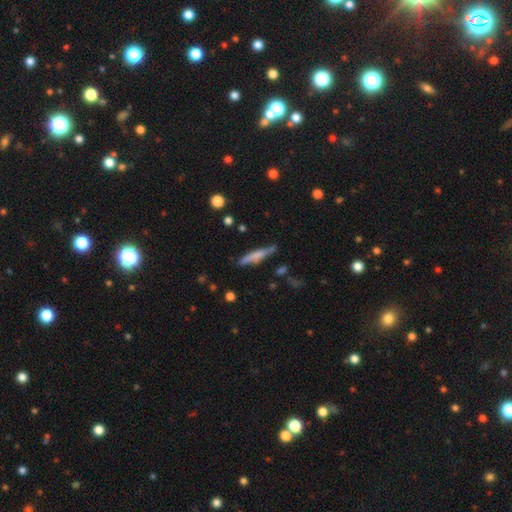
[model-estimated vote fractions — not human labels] A smooth galaxy with no disk features (56%) that is cigar-shaped (89%).

Vote fractions:
- Smooth or featured? smooth: 56% / featured or disk: 37% / star or artifact: 7%
- How rounded? cigar-shaped: 89% / in between: 9% / round: 2%
- Merging? none: 78% / minor disturbance: 16% / major disturbance: 4% / merger: 3%